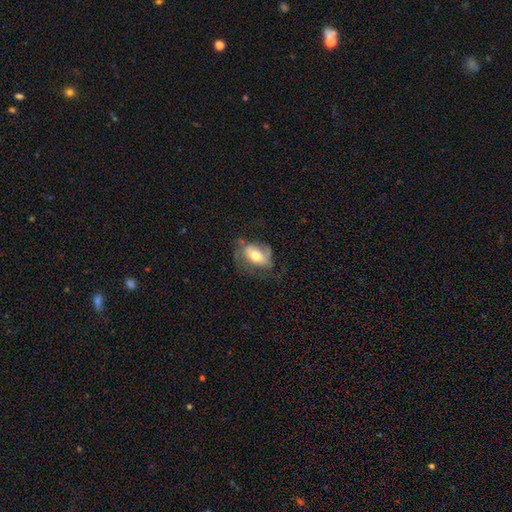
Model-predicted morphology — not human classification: Overall: smooth (50%; featured or disk 43%). Merging: none (51%; minor disturbance 27%).